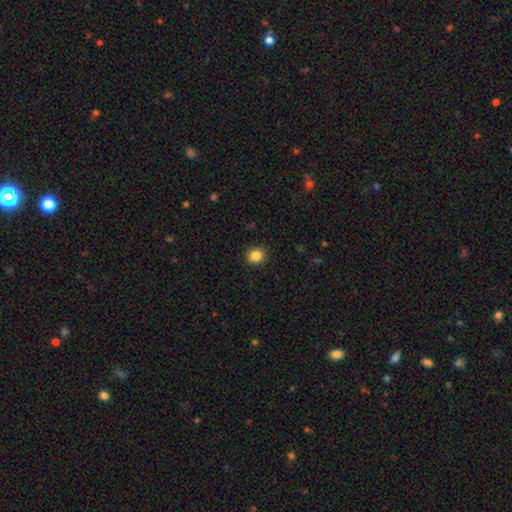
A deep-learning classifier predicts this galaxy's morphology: Smooth or featured? smooth (85%)
How rounded? round (73%)
Merging? none (91%)